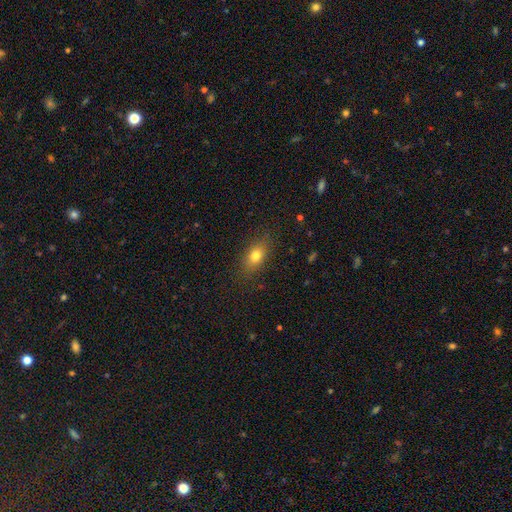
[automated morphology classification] smooth 78%, featured or disk 12%, star or artifact 11%. Down the decision tree: how rounded — in between (76%); merging — none (84%).